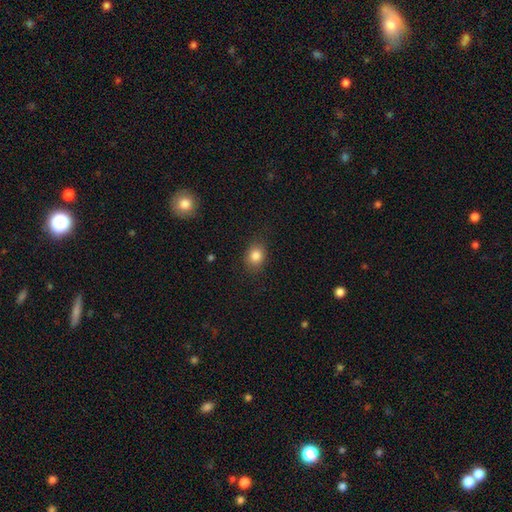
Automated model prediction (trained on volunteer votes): Smooth or featured? Predicted: smooth (p=0.84). How rounded? Predicted: round (p=0.51). Merging? Predicted: none (p=0.84).